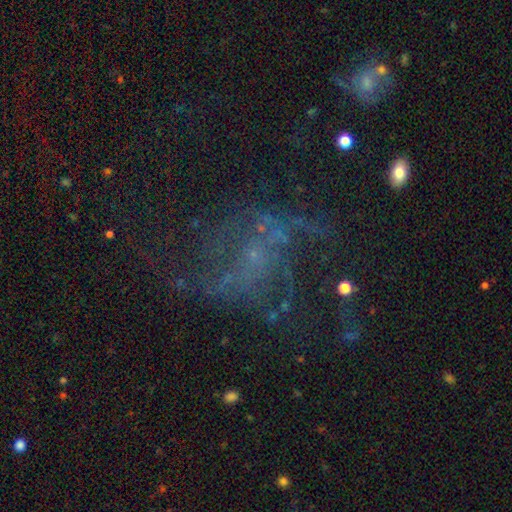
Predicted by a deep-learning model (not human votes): featured or disk 61%, star or artifact 25%, smooth 13%. Down the decision tree: edge-on disk — no (96%); bar — no (69%); spiral arms — yes (65%); bulge size — small (49%); merging — none (50%).